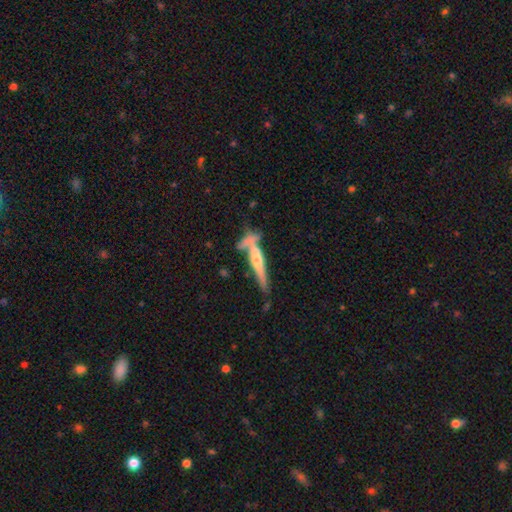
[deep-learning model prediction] A featured or disk galaxy (67%) viewed edge-on (93%) with a rounded central bulge (76%).

Vote fractions:
- Smooth or featured? featured or disk: 67% / smooth: 25% / star or artifact: 8%
- Edge-on disk? yes: 93% / no: 7%
- Edge-on bulge? rounded: 76% / none: 15% / boxy: 9%
- Merging? none: 52% / merger: 22% / minor disturbance: 17% / major disturbance: 9%